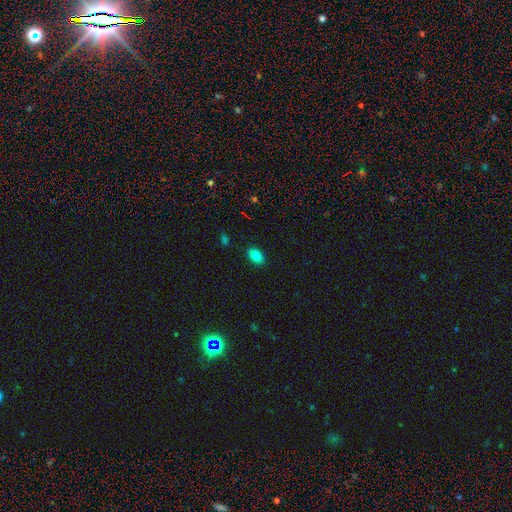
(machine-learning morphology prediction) Smooth or featured: smooth — 84% (star or artifact — 10%)
How rounded: in between — 87% (round — 11%)
Merging: none — 88% (minor disturbance — 8%)